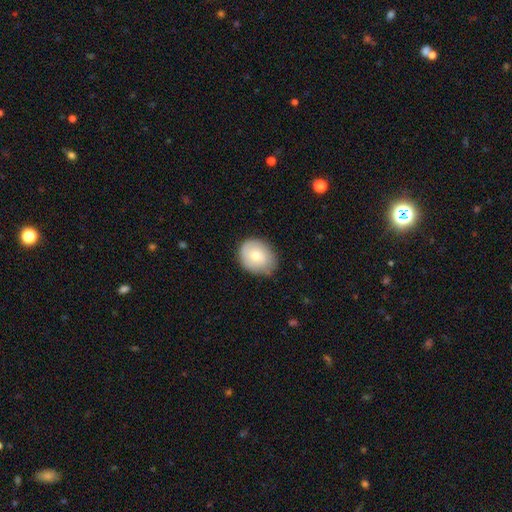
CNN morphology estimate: Q: Smooth or featured?
A: smooth (72%); runner-up: featured or disk (21%)
Q: How rounded?
A: round (53%); runner-up: in between (46%)
Q: Merging?
A: none (74%); runner-up: minor disturbance (21%)